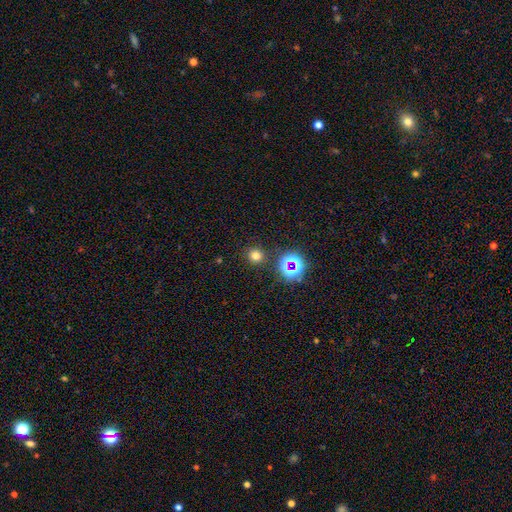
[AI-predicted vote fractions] smooth-or-featured: smooth: 71% | star or artifact: 23% | featured or disk: 6%
  how-rounded: round: 93% | in between: 6% | cigar-shaped: 1%
  merging: none: 88% | minor disturbance: 6% | merger: 3% | major disturbance: 3%